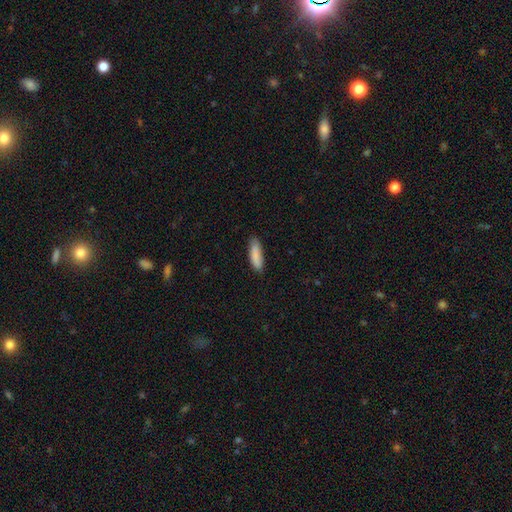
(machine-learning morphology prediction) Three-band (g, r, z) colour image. It shows a smooth galaxy with no disk features (88%) that is cigar-shaped (54%). Merging: none (84%).